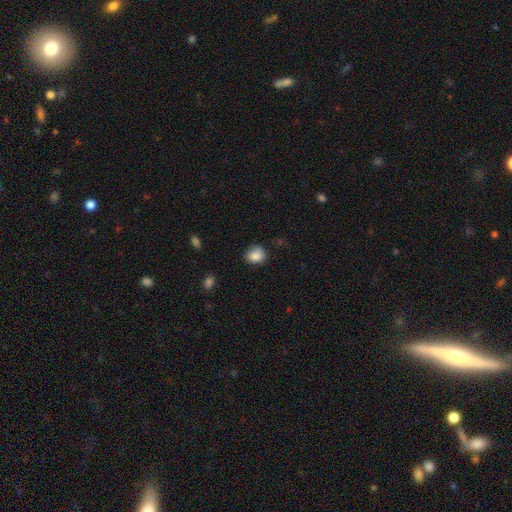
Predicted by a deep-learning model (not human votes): Smooth or featured: smooth — 84% (star or artifact — 9%)
How rounded: round — 56% (in between — 43%)
Merging: none — 60% (minor disturbance — 31%)